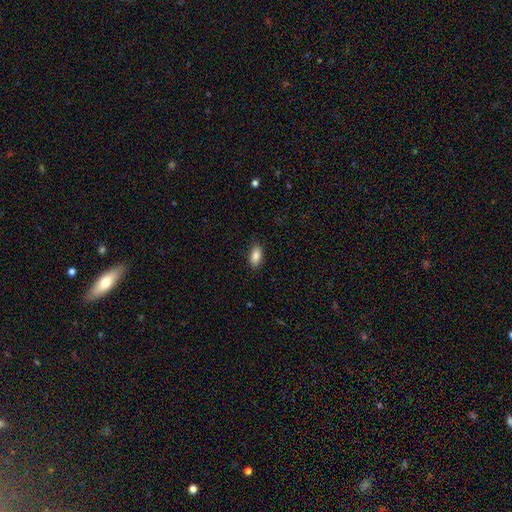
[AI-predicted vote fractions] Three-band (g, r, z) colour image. It shows a smooth galaxy with no disk features (87%) that is in between round and cigar-shaped (91%). Merging: none (87%).